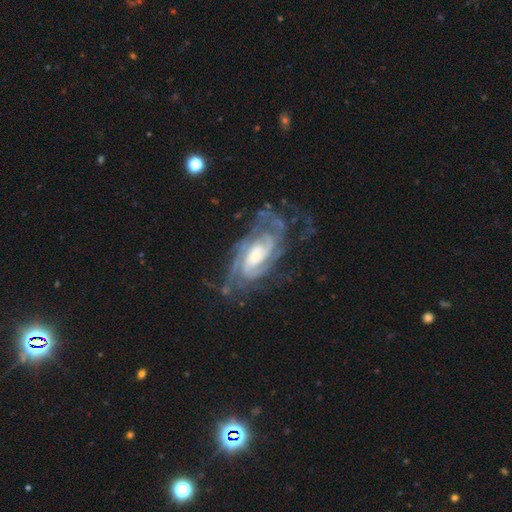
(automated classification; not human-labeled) Q: Smooth or featured?
A: featured or disk (90%); runner-up: smooth (5%)
Q: Edge-on disk?
A: no (96%); runner-up: yes (4%)
Q: Bar?
A: no (53%); runner-up: weak (33%)
Q: Spiral arms?
A: yes (98%); runner-up: no (2%)
Q: Spiral winding?
A: tight (64%); runner-up: medium (31%)
Q: Spiral arm count?
A: 2 (35%); runner-up: 3 (23%)
Q: Bulge size?
A: moderate (48%); runner-up: small (31%)
Q: Merging?
A: none (63%); runner-up: minor disturbance (20%)